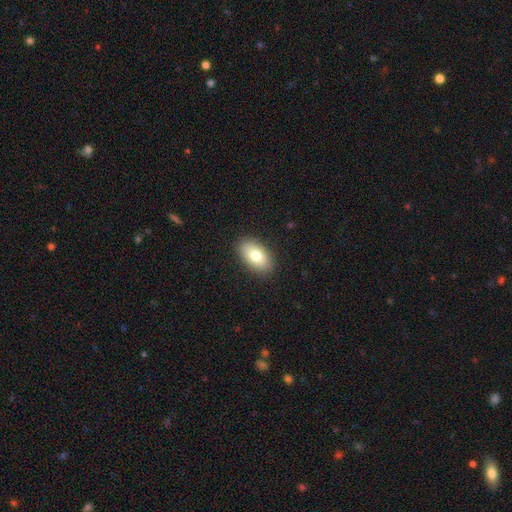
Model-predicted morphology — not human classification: Q: Smooth or featured?
A: smooth (79%); runner-up: featured or disk (14%)
Q: How rounded?
A: in between (93%); runner-up: round (6%)
Q: Merging?
A: none (88%); runner-up: minor disturbance (9%)